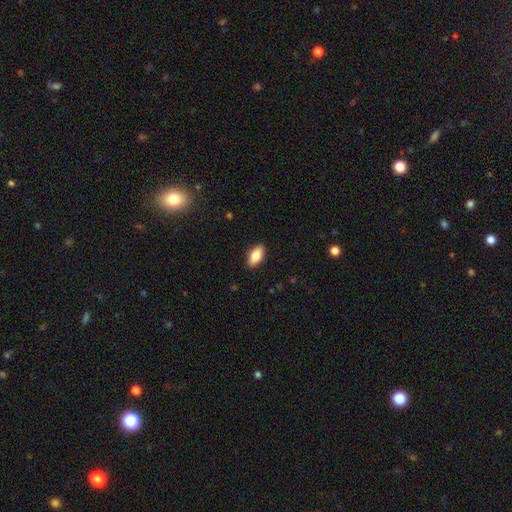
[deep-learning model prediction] The model was most divided on "smooth or featured": smooth: 82%, featured or disk: 11%, star or artifact: 7%. More confident: how rounded — in between (91%); merging — none (89%).